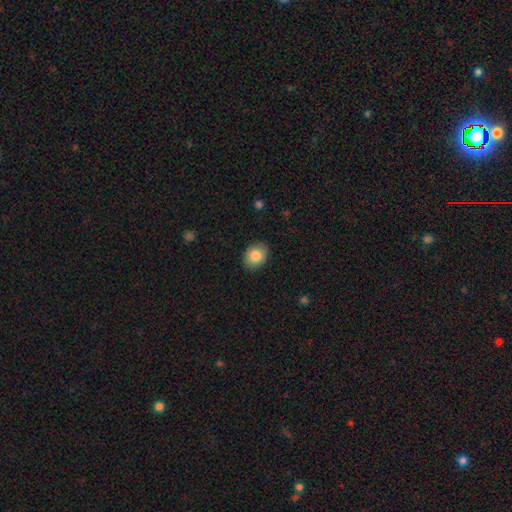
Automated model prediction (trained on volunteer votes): Smooth or featured? smooth (85%)
How rounded? in between (58%)
Merging? none (88%)